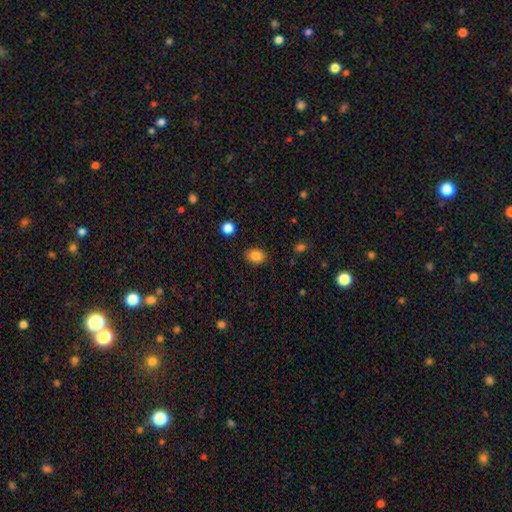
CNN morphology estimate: smooth-or-featured: smooth: 84% | star or artifact: 10% | featured or disk: 6%
  how-rounded: in between: 61% | round: 38% | cigar-shaped: 1%
  merging: none: 87% | minor disturbance: 9% | major disturbance: 2% | merger: 1%